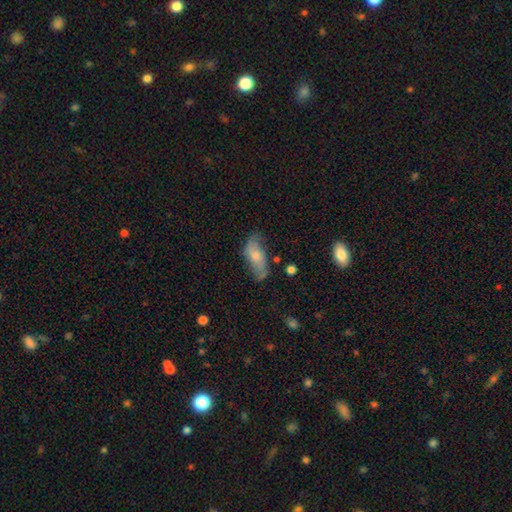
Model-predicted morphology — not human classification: Smooth or featured?
  - smooth: 54% *
  - featured or disk: 38%
  - star or artifact: 7%
How rounded?
  - in between: 81% *
  - cigar-shaped: 16%
  - round: 3%
Merging?
  - none: 60% *
  - minor disturbance: 28%
  - major disturbance: 9%
  - merger: 3%